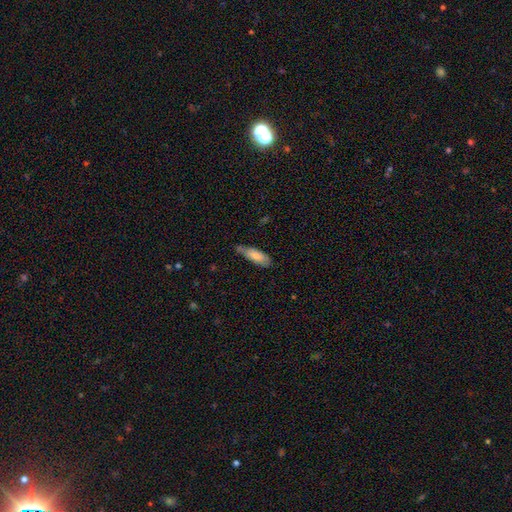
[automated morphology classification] Overall: smooth (77%). How rounded: in between (64%; cigar-shaped 34%). Merging: none (55%; minor disturbance 34%).